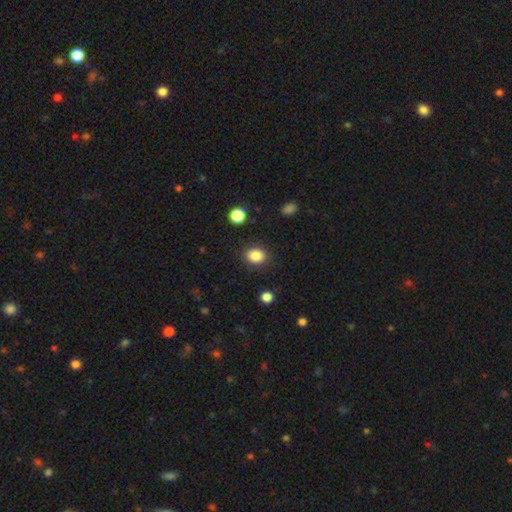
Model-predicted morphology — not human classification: type=smooth (85%); roundness=in between (50%); merging=none (87%).